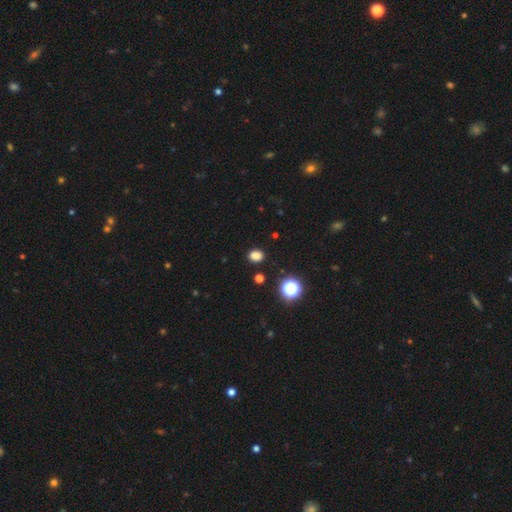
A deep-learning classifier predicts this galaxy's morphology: Smooth or featured? Predicted: smooth (p=0.80). How rounded? Predicted: round (p=0.53). Merging? Predicted: none (p=0.89).